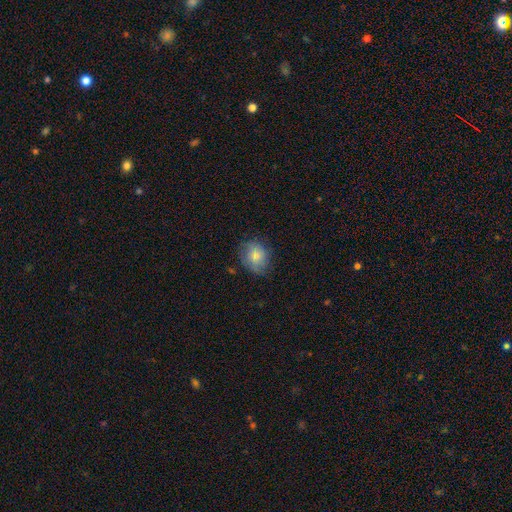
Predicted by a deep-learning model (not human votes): smooth-or-featured: smooth: 81% | featured or disk: 11% | star or artifact: 7%
  how-rounded: round: 58% | in between: 41% | cigar-shaped: 1%
  merging: none: 72% | minor disturbance: 21% | major disturbance: 5% | merger: 1%